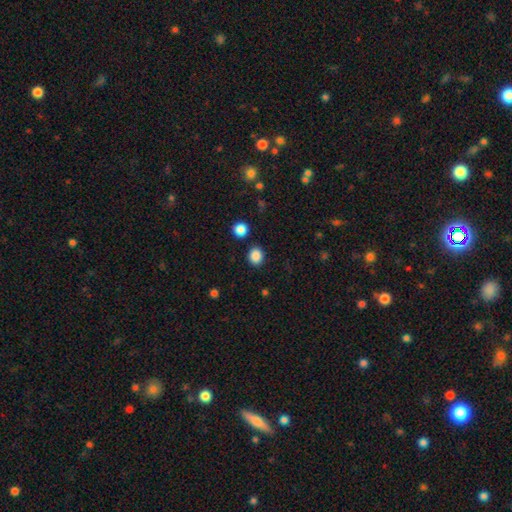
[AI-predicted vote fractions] smooth-or-featured: smooth: 86% | star or artifact: 10% | featured or disk: 3%
  how-rounded: round: 64% | in between: 35% | cigar-shaped: 1%
  merging: none: 87% | minor disturbance: 8% | merger: 3% | major disturbance: 2%